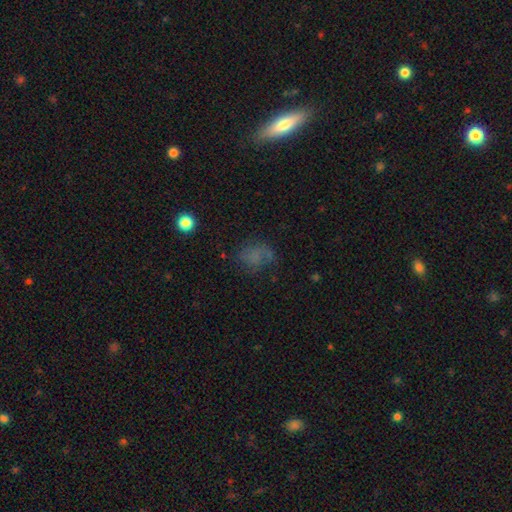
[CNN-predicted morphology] smooth_or_featured: smooth (p=0.53) [alt: featured or disk p=0.24]
how_rounded: in between (p=0.55) [alt: round p=0.43]
merging: none (p=0.52) [alt: minor disturbance p=0.23]